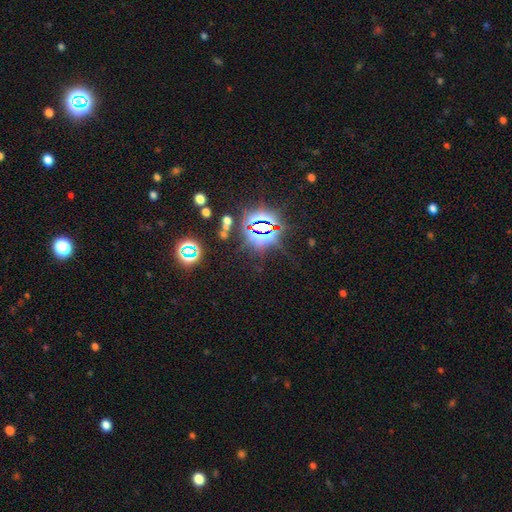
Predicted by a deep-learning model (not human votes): star or artifact 82%, smooth 10%, featured or disk 7%.